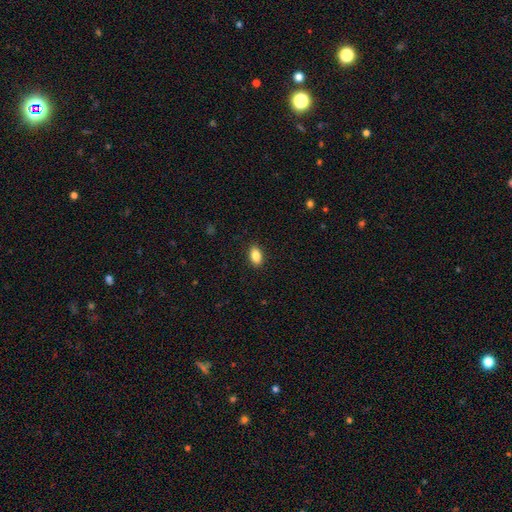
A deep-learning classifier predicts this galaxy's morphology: type=smooth (85%); roundness=in between (90%); merging=none (90%).